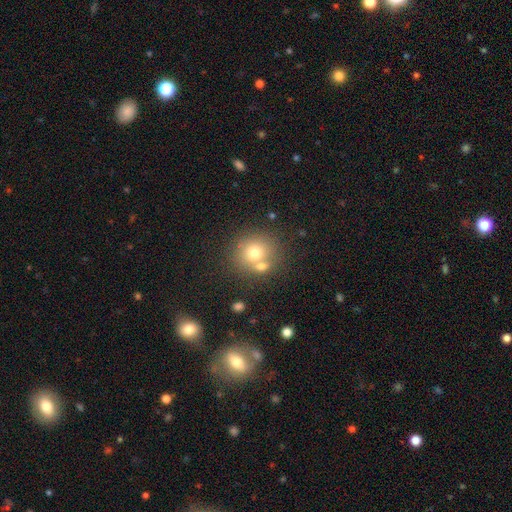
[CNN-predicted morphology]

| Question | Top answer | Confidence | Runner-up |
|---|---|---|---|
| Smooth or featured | smooth | 70% | featured or disk (15%) |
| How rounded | round | 84% | in between (16%) |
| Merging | none | 61% | merger (26%) |